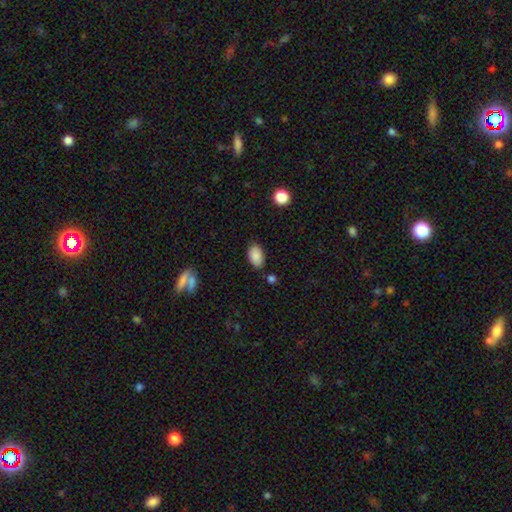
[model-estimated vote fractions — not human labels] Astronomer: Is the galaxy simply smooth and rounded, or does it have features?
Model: smooth — 88%.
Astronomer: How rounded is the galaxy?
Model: in between — 92%.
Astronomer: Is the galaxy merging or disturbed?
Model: none — 80%.